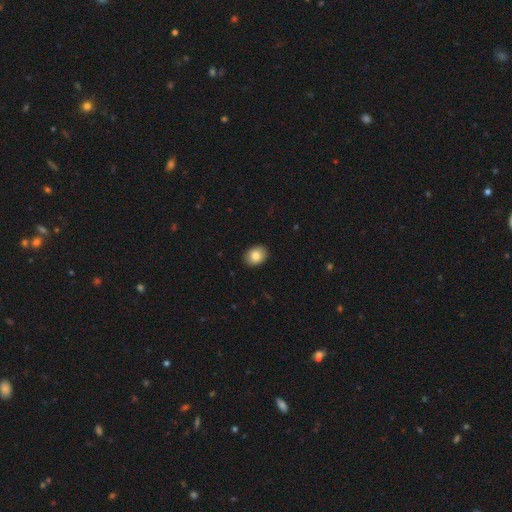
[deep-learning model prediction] This is clearly a smooth galaxy (85%). How rounded: likely in between (62%). Merging: clearly none (91%).